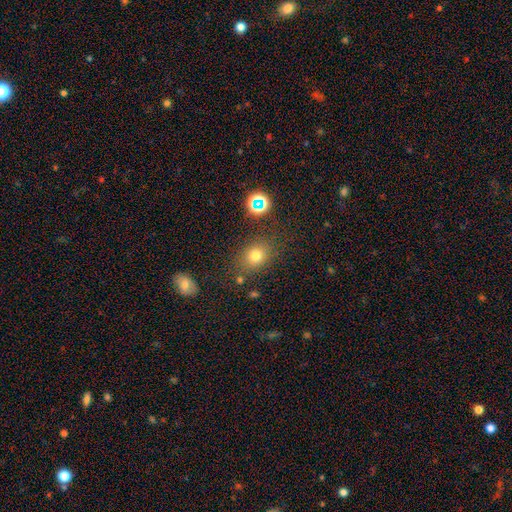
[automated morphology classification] The model was most divided on "how rounded": round: 52%, in between: 47%, cigar-shaped: 1%. More confident: merging — none (77%); smooth or featured — smooth (72%).